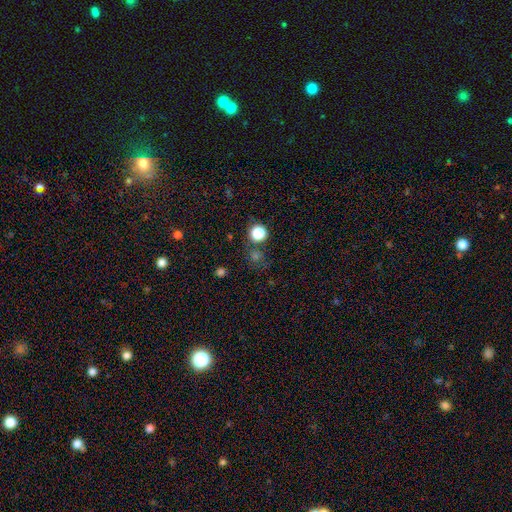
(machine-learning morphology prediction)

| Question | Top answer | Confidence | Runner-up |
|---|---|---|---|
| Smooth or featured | smooth | 56% | star or artifact (38%) |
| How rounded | round | 88% | in between (11%) |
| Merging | none | 73% | merger (10%) |